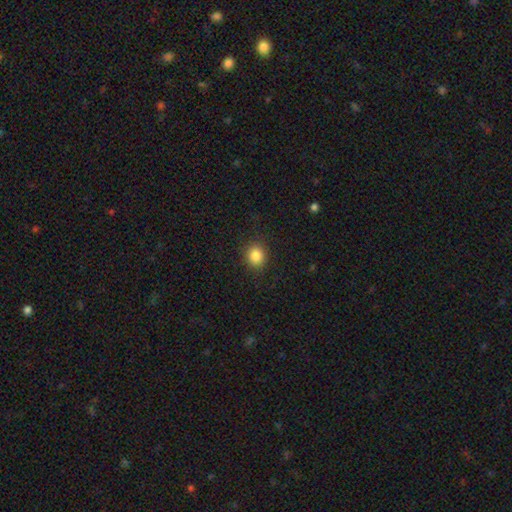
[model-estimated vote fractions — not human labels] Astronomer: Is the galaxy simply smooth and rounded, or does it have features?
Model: smooth — 85%.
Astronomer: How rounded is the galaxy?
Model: round — 78%.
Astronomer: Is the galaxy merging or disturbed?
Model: none — 89%.